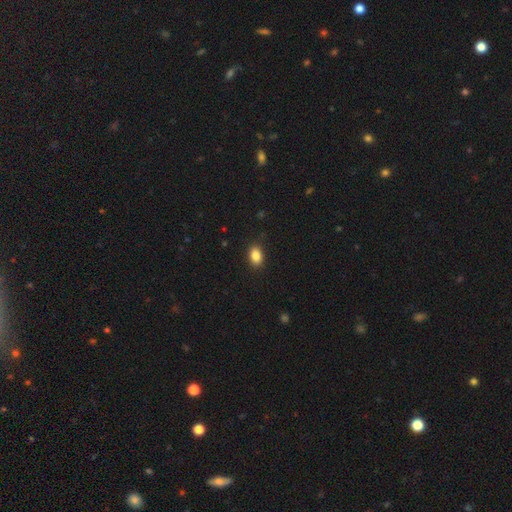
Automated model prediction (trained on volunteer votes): Smooth or featured? Predicted: smooth (p=0.86). How rounded? Predicted: in between (p=0.83). Merging? Predicted: none (p=0.88).